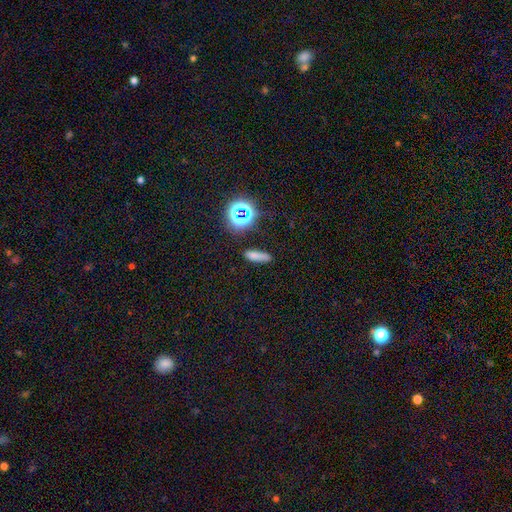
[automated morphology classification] type=smooth (71%); roundness=cigar-shaped (54%); merging=none (78%).